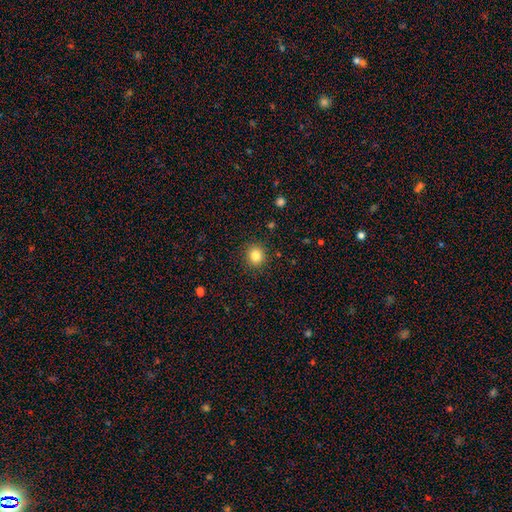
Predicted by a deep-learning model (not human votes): This appears to be a smooth galaxy with no disk features (84%) that is round (84%). Merging: none (89%).